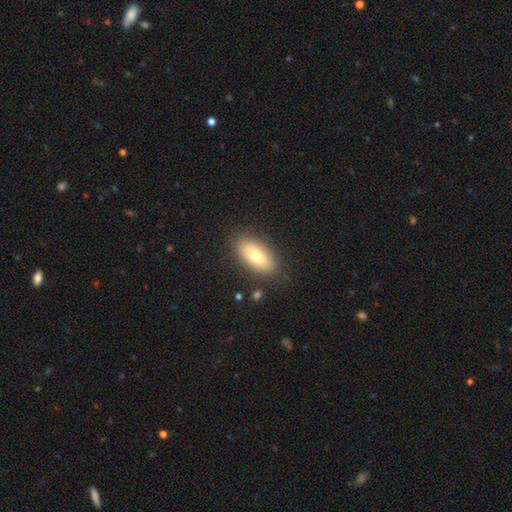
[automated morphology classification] Q: Smooth or featured?
A: smooth (73%); runner-up: featured or disk (20%)
Q: How rounded?
A: in between (86%); runner-up: cigar-shaped (11%)
Q: Merging?
A: none (85%); runner-up: minor disturbance (10%)